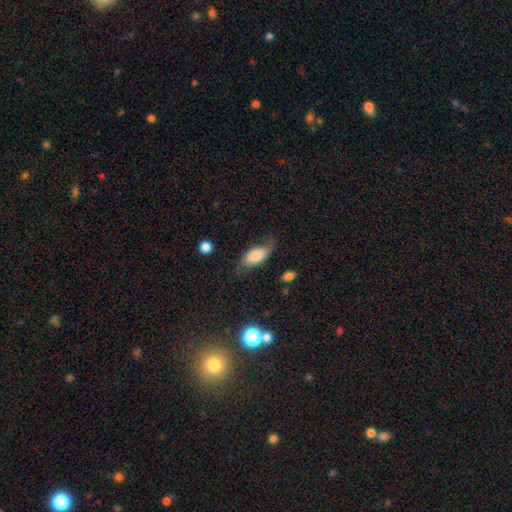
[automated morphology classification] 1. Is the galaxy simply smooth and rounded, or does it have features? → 67% smooth, 25% featured or disk, 8% star or artifact.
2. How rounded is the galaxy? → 87% in between, 10% cigar-shaped, 3% round.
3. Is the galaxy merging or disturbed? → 58% none, 28% minor disturbance, 11% major disturbance, 2% merger.